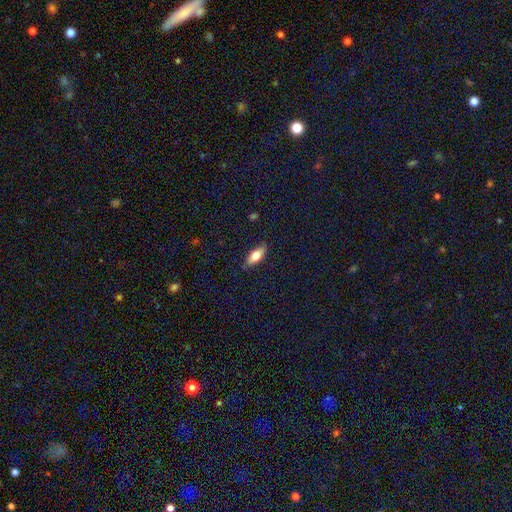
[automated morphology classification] Smooth or featured: smooth — 69% (featured or disk — 25%)
How rounded: in between — 68% (cigar-shaped — 30%)
Merging: none — 86% (minor disturbance — 11%)